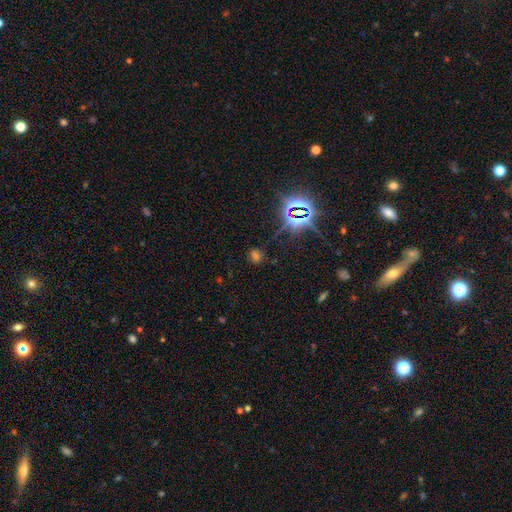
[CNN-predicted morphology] A star or artifact, not a galaxy (52%).

Vote fractions:
- Smooth or featured? star or artifact: 52% / smooth: 39% / featured or disk: 8%